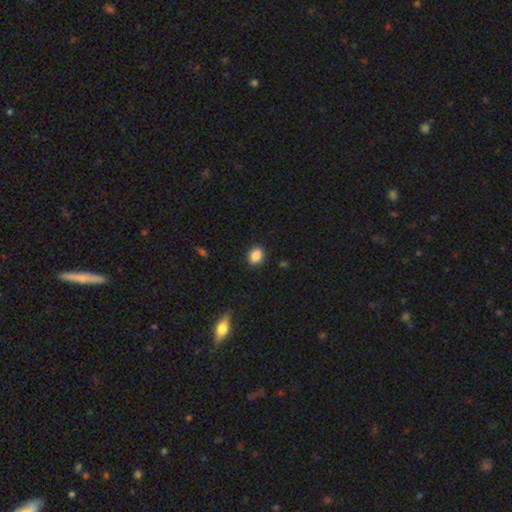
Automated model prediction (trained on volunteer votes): smooth 87%, star or artifact 9%, featured or disk 4%. Down the decision tree: how rounded — in between (56%); merging — none (88%).